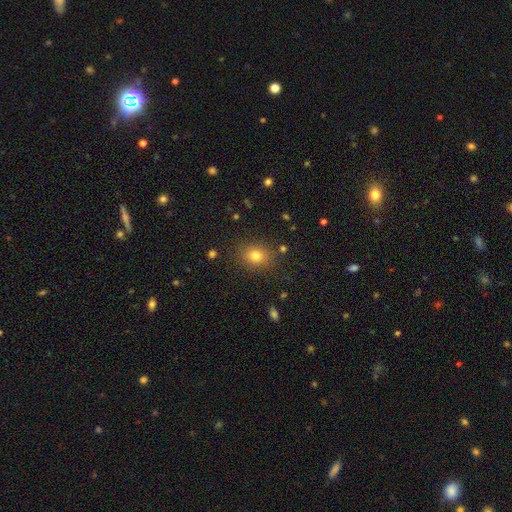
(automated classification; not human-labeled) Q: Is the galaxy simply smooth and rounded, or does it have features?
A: smooth — 78%.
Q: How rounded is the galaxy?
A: round — 58%.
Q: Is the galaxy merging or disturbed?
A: none — 85%.